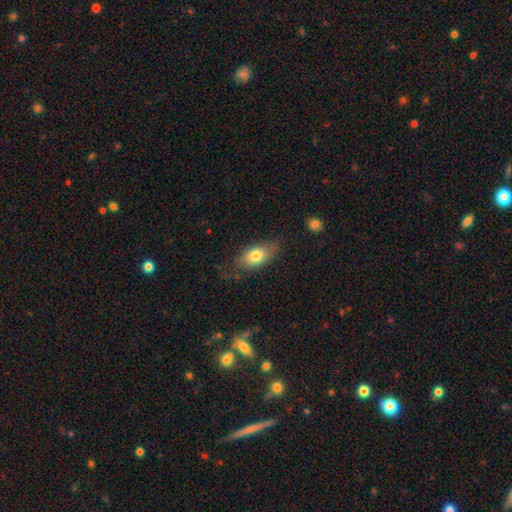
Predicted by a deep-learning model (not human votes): Smooth or featured? Predicted: smooth (p=0.77). How rounded? Predicted: in between (p=0.86). Merging? Predicted: none (p=0.67).